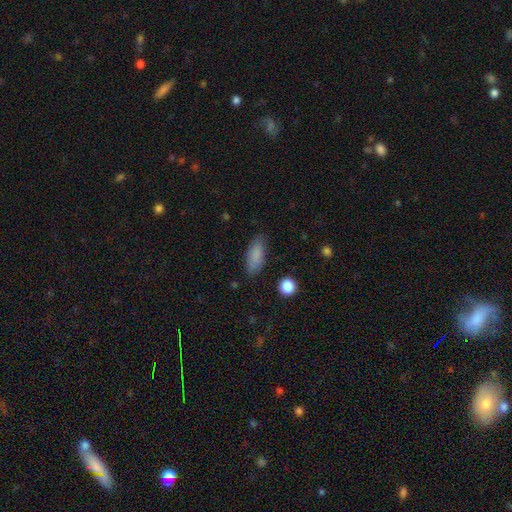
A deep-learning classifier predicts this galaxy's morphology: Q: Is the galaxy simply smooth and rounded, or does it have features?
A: smooth — 86%.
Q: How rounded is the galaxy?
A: in between — 77%.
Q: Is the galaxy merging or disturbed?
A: none — 81%.